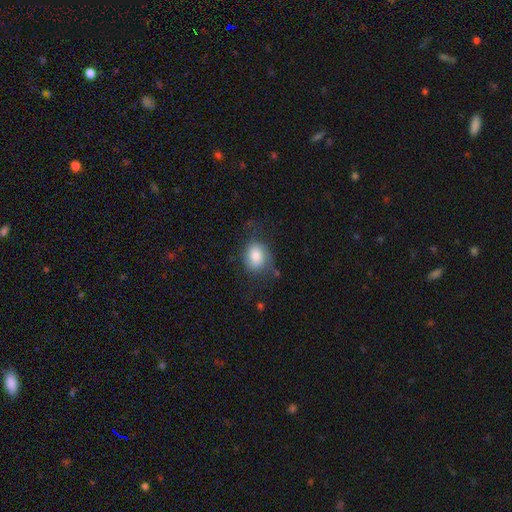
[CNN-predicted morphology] Smooth or featured? Predicted: smooth (p=0.70). How rounded? Predicted: in between (p=0.56). Merging? Predicted: none (p=0.54).